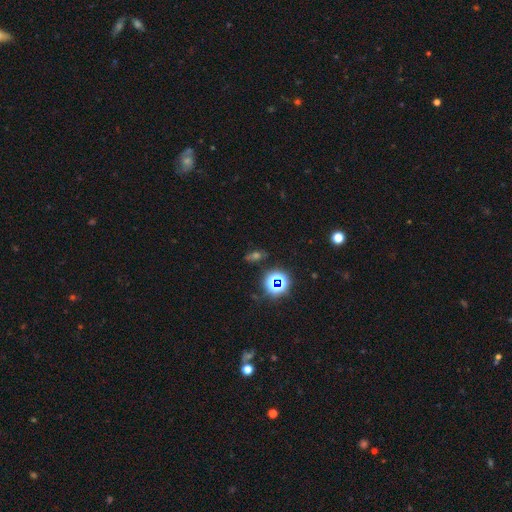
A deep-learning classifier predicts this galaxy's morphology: Smooth or featured? star or artifact (49%)